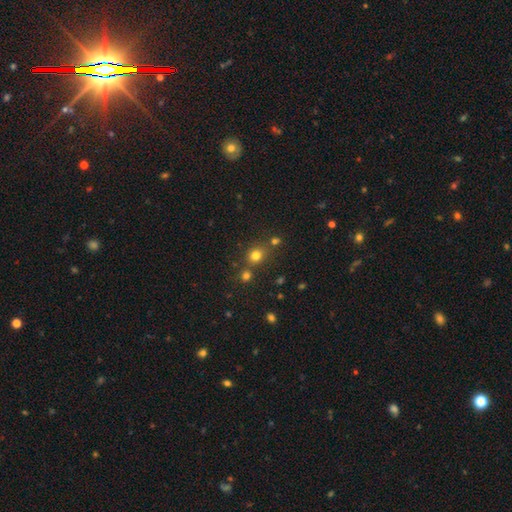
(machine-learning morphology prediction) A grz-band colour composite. It shows a smooth galaxy with no disk features (75%) that is round (76%). Merging: none (67%).